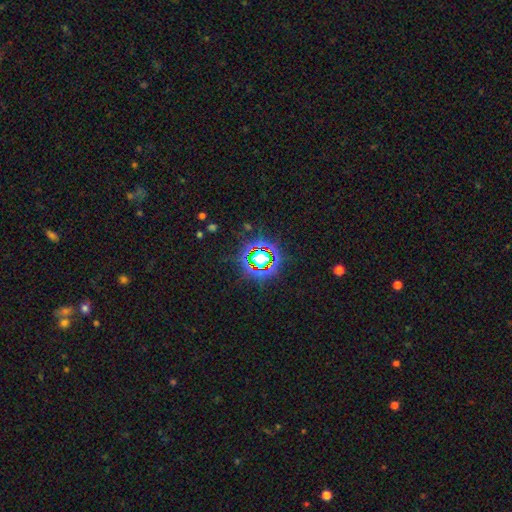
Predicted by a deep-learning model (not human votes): Smooth or featured? Predicted: star or artifact (p=0.77).